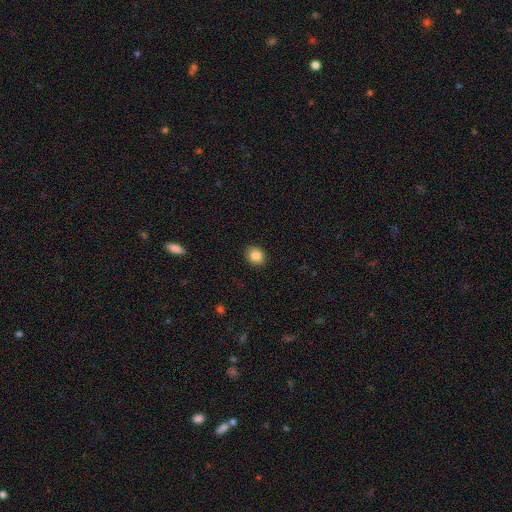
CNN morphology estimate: Smooth or featured?
  - smooth: 85% *
  - star or artifact: 9%
  - featured or disk: 6%
How rounded?
  - round: 62% *
  - in between: 37%
  - cigar-shaped: 1%
Merging?
  - none: 91% *
  - minor disturbance: 7%
  - major disturbance: 2%
  - merger: 1%